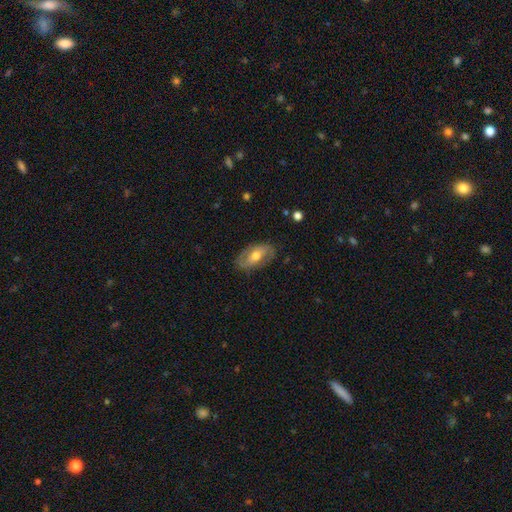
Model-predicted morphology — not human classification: Smooth or featured: featured or disk — 59% (smooth — 35%)
Edge-on disk: no — 90% (yes — 10%)
Bar: weak — 38% (no — 35%)
Spiral arms: yes — 66% (no — 34%)
Bulge size: moderate — 70% (small — 20%)
Merging: none — 79% (minor disturbance — 15%)